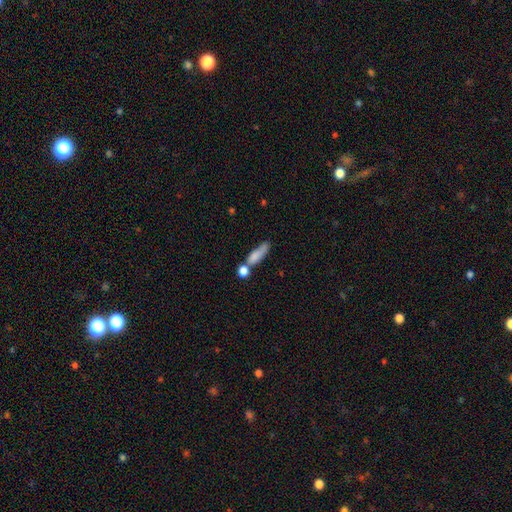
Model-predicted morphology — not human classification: Overall: smooth (75%). How rounded: cigar-shaped (52%; in between 41%). Merging: none (37%; merger 34%).